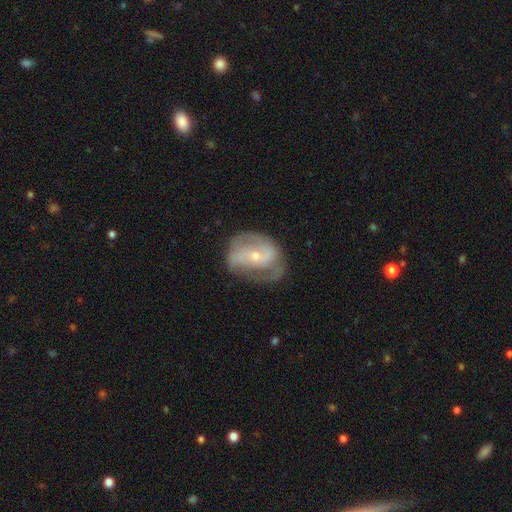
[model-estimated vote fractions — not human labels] smooth-or-featured: featured or disk: 71% | smooth: 22% | star or artifact: 7%
  disk-edge-on: no: 96% | yes: 4%
    bar: no: 47% | weak: 33% | strong: 20%
    has-spiral-arms: yes: 75% | no: 25%
      spiral-winding: medium: 43% | tight: 34% | loose: 24%
      spiral-arm-count: 2: 66% | can't tell: 21% | 1: 6% | 3: 4% | 4: 1% | more than 4: 1%
    bulge-size: small: 63% | moderate: 33% | large: 2% | none: 1% | dominant: 1%
  merging: none: 53% | minor disturbance: 26% | major disturbance: 19% | merger: 2%